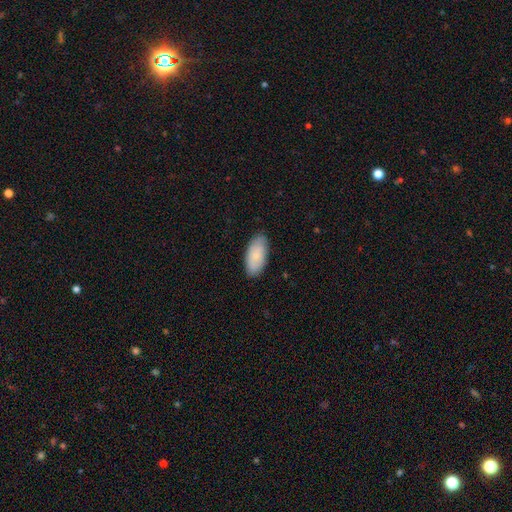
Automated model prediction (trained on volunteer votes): Overall: smooth (83%). How rounded: in between (92%). Merging: none (84%).